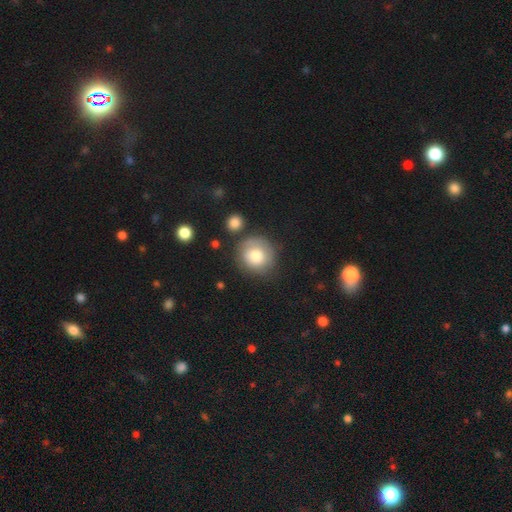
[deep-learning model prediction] smooth-or-featured: smooth: 75% | featured or disk: 17% | star or artifact: 8%
  how-rounded: round: 89% | in between: 10% | cigar-shaped: 1%
  merging: none: 71% | minor disturbance: 17% | major disturbance: 6% | merger: 6%